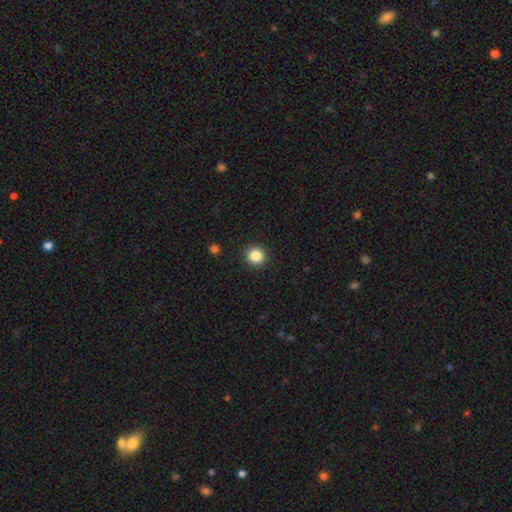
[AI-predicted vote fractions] smooth 85%, star or artifact 10%, featured or disk 4%. Down the decision tree: how rounded — round (91%); merging — none (92%).